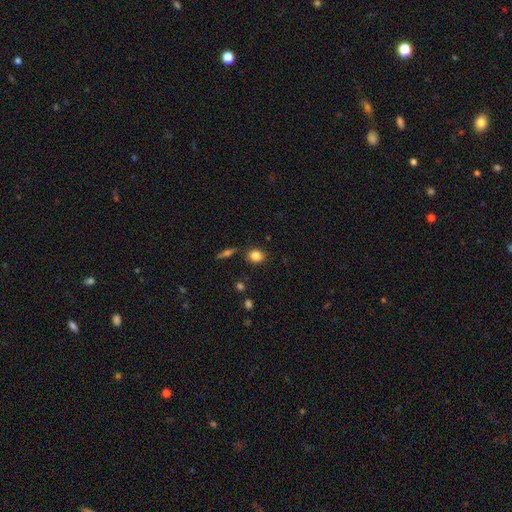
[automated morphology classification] Smooth or featured: smooth — 84% (star or artifact — 10%)
How rounded: round — 67% (in between — 31%)
Merging: none — 81% (minor disturbance — 12%)